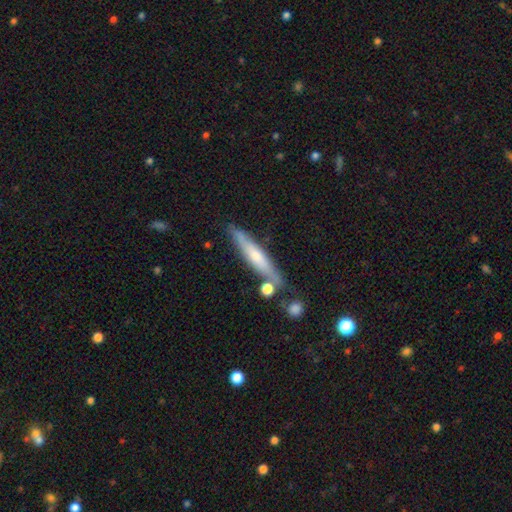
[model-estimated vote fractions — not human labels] smooth_or_featured: featured or disk (p=0.49) [alt: smooth p=0.45]
merging: none (p=0.75) [alt: minor disturbance p=0.15]